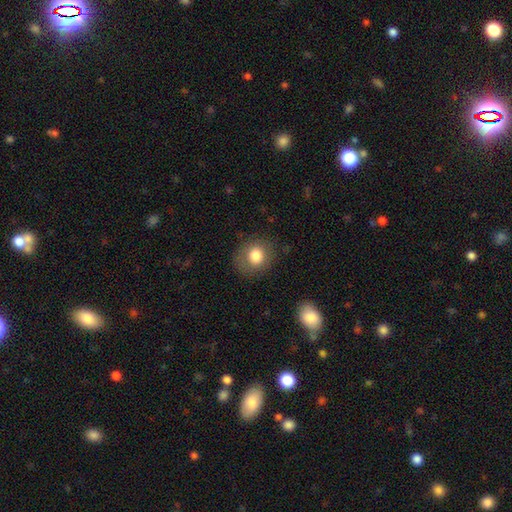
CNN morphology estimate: Smooth or featured? Predicted: smooth (p=0.80). How rounded? Predicted: round (p=0.71). Merging? Predicted: none (p=0.80).